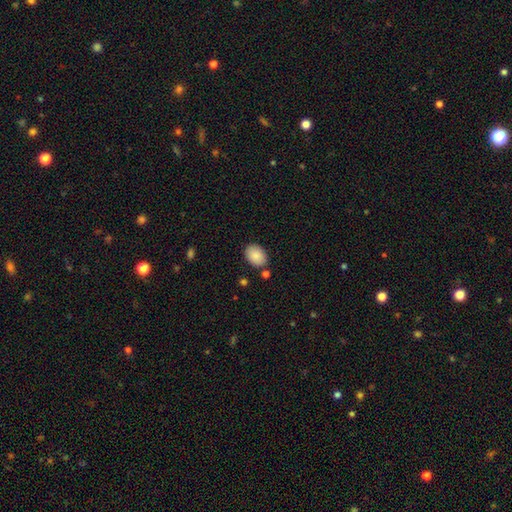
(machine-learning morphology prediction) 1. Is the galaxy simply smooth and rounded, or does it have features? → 89% smooth, 7% star or artifact, 5% featured or disk.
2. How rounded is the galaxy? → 81% in between, 18% round, 1% cigar-shaped.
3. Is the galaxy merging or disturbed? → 82% none, 11% minor disturbance, 4% merger, 3% major disturbance.